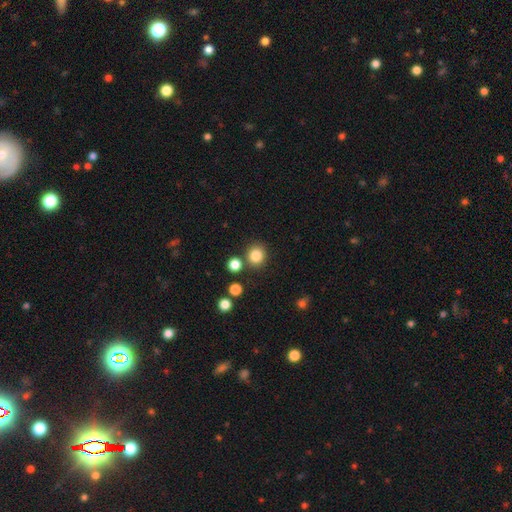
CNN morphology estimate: This is clearly a smooth galaxy (84%). How rounded: clearly round (85%). Merging: clearly none (81%).